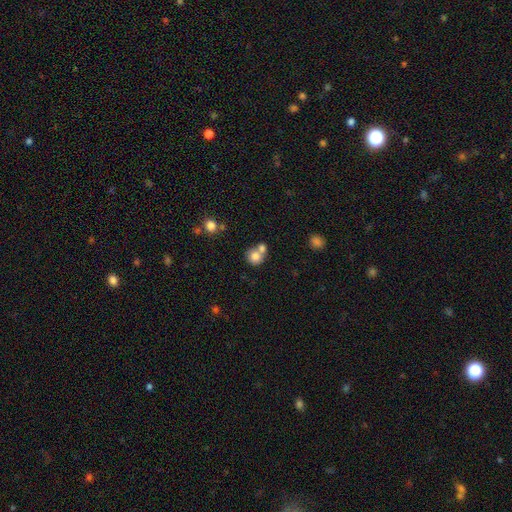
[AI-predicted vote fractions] Smooth or featured? smooth (78%)
How rounded? round (84%)
Merging? merger (48%)